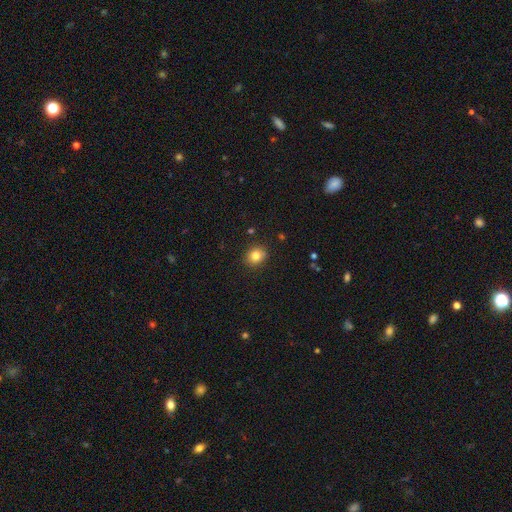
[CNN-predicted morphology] smooth 81%, star or artifact 11%, featured or disk 8%. Down the decision tree: how rounded — round (70%); merging — none (88%).